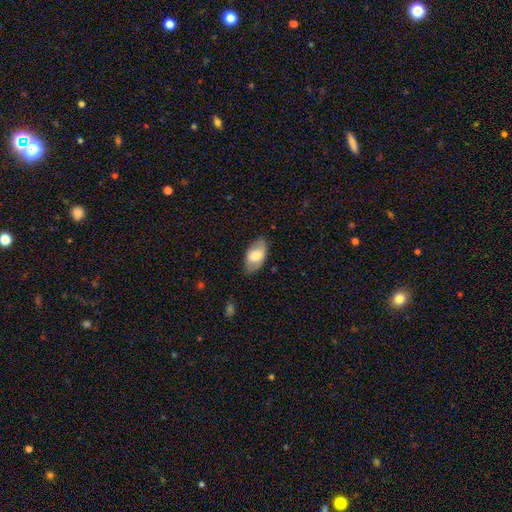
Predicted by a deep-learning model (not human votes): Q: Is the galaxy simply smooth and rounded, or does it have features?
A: smooth — 63%.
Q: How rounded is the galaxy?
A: in between — 94%.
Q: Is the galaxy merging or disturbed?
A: none — 78%.